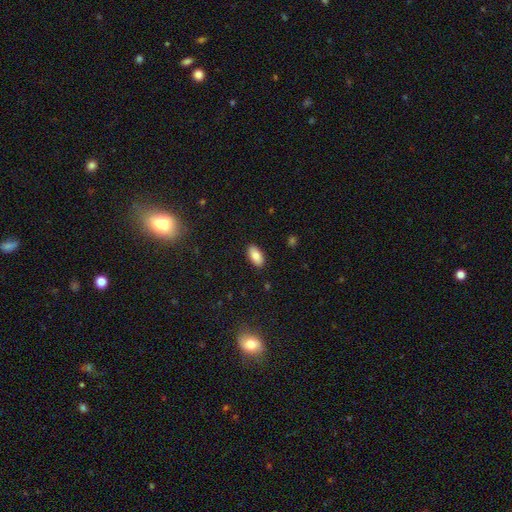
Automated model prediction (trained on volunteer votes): Morphology: type=smooth (84%); roundness=in between (93%); merging=none (89%).